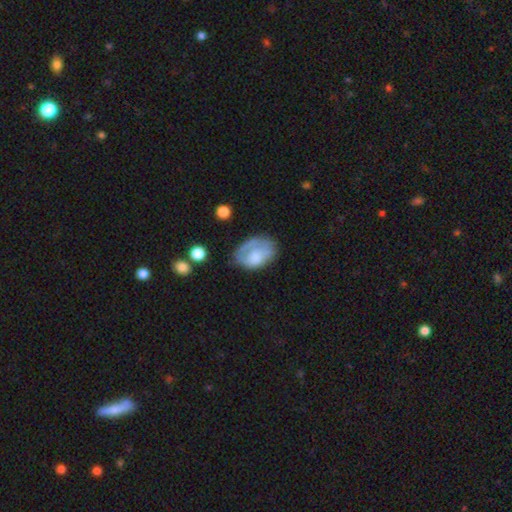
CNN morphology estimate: smooth_or_featured: smooth (p=0.53) [alt: featured or disk p=0.40]
how_rounded: in between (p=0.82) [alt: round p=0.16]
merging: none (p=0.46) [alt: minor disturbance p=0.30]